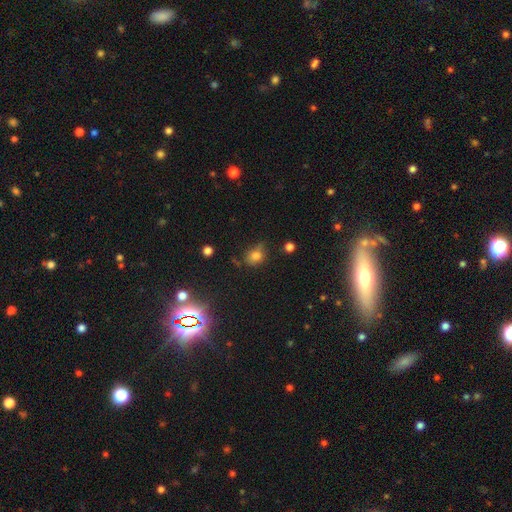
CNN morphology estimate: A smooth galaxy with no disk features (74%) that is round (52%).

Vote fractions:
- Smooth or featured? smooth: 74% / star or artifact: 17% / featured or disk: 9%
- How rounded? round: 52% / in between: 46% / cigar-shaped: 2%
- Merging? none: 56% / minor disturbance: 31% / major disturbance: 9% / merger: 5%